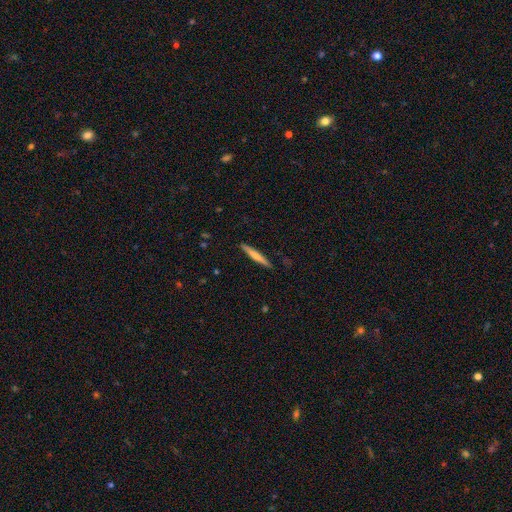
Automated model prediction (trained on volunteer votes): Smooth or featured?
  - smooth: 61% *
  - featured or disk: 34%
  - star or artifact: 5%
How rounded?
  - cigar-shaped: 95% *
  - in between: 3%
  - round: 1%
Merging?
  - none: 90% *
  - minor disturbance: 7%
  - major disturbance: 1%
  - merger: 1%